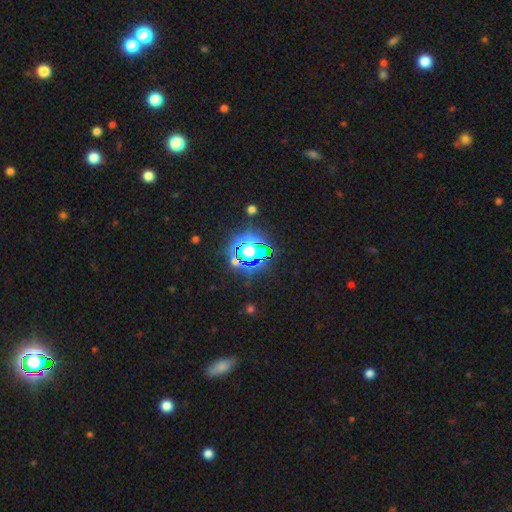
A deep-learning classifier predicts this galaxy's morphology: This appears to be a star or artifact, not a galaxy (60%).